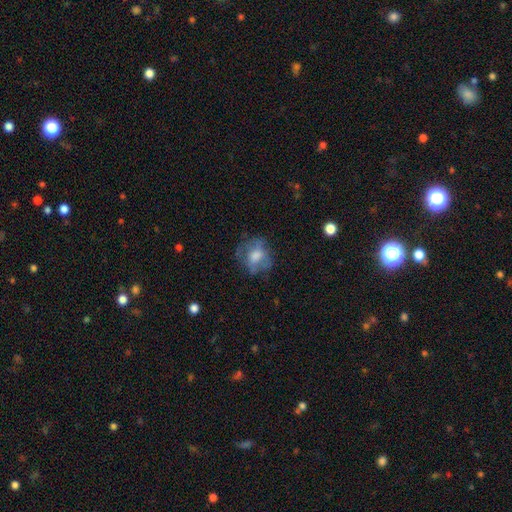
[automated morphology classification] Smooth or featured: smooth — 56% (featured or disk — 34%)
How rounded: round — 65% (in between — 33%)
Merging: none — 57% (minor disturbance — 22%)